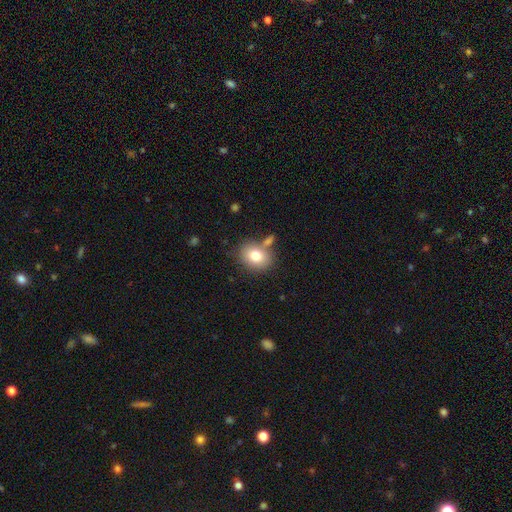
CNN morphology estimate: A smooth galaxy with no disk features (79%) that is in between round and cigar-shaped (54%). Merging: none (66%).